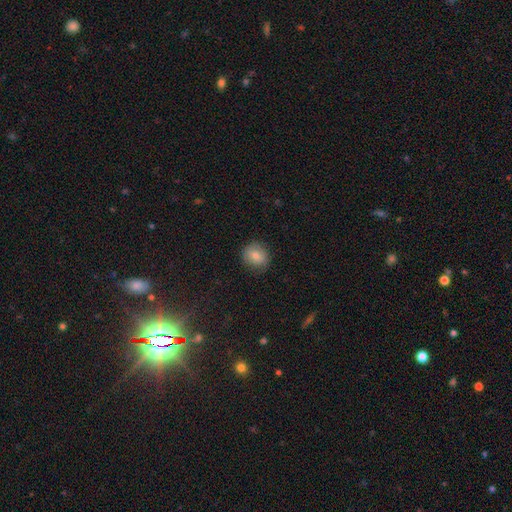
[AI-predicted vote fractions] smooth_or_featured: smooth (p=0.79) [alt: featured or disk p=0.11]
how_rounded: round (p=0.80) [alt: in between p=0.19]
merging: none (p=0.84) [alt: minor disturbance p=0.12]